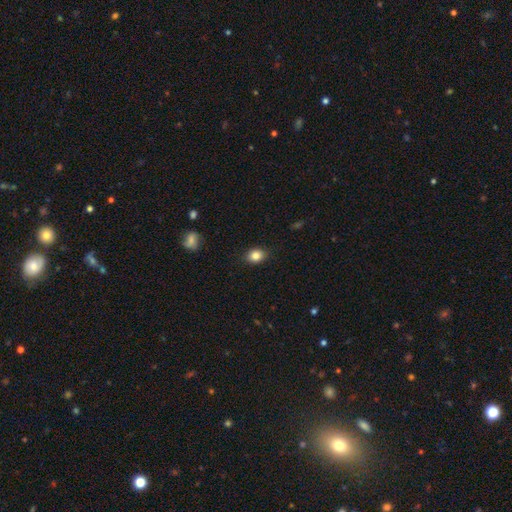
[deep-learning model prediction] This is clearly a smooth galaxy (84%). How rounded: likely in between (61%). Merging: clearly none (86%).